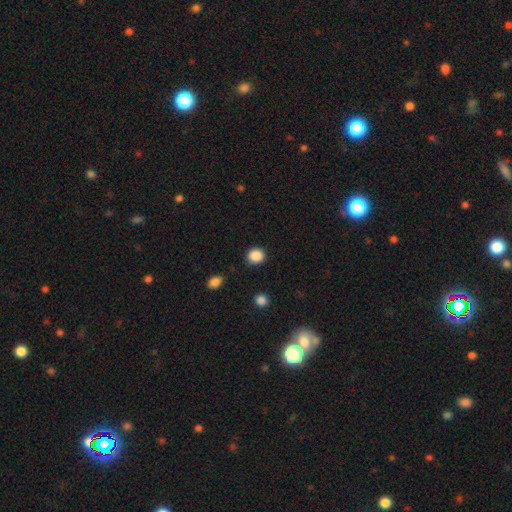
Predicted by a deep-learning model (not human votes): smooth_or_featured: smooth (p=0.88) [alt: star or artifact p=0.09]
how_rounded: round (p=0.78) [alt: in between p=0.21]
merging: none (p=0.87) [alt: minor disturbance p=0.08]